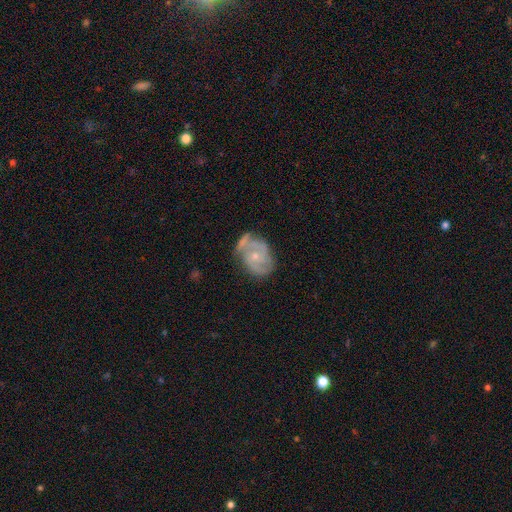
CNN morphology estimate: smooth-or-featured: featured or disk: 79% | smooth: 15% | star or artifact: 6%
  disk-edge-on: no: 98% | yes: 2%
    bar: no: 68% | weak: 28% | strong: 4%
    has-spiral-arms: yes: 91% | no: 9%
      spiral-winding: medium: 45% | tight: 40% | loose: 14%
      spiral-arm-count: 2: 63% | can't tell: 15% | 3: 13% | 1: 4% | 4: 3% | more than 4: 2%
    bulge-size: small: 63% | moderate: 33% | none: 2% | large: 1% | dominant: 1%
  merging: none: 54% | minor disturbance: 26% | major disturbance: 11% | merger: 8%